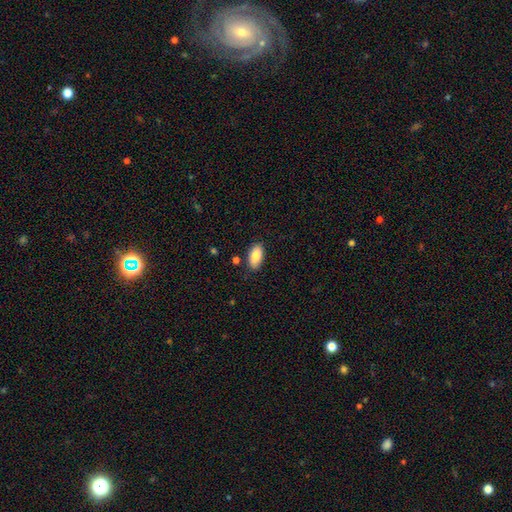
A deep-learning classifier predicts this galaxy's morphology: Smooth or featured? Predicted: smooth (p=0.86). How rounded? Predicted: in between (p=0.93). Merging? Predicted: none (p=0.83).